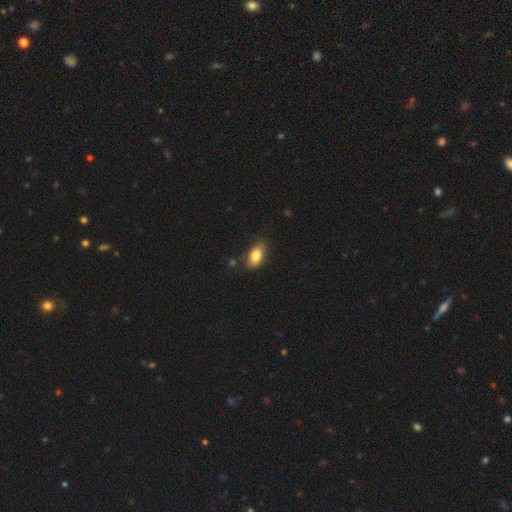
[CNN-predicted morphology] type=smooth (81%); roundness=in between (88%); merging=none (72%).